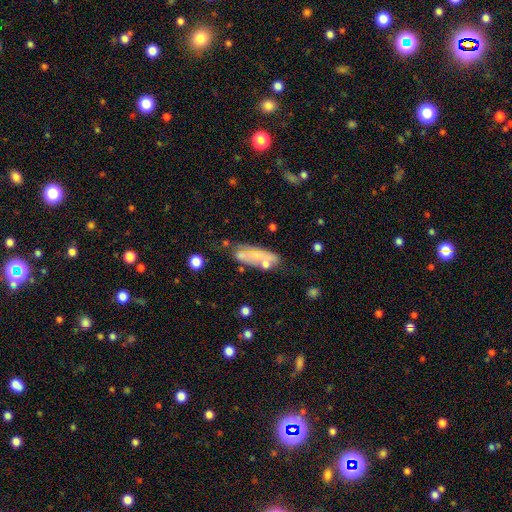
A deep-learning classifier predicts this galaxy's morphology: A smooth galaxy with no disk features (48%).

Vote fractions:
- Smooth or featured? smooth: 48% / featured or disk: 42% / star or artifact: 10%
- Merging? none: 54% / minor disturbance: 24% / merger: 12% / major disturbance: 10%